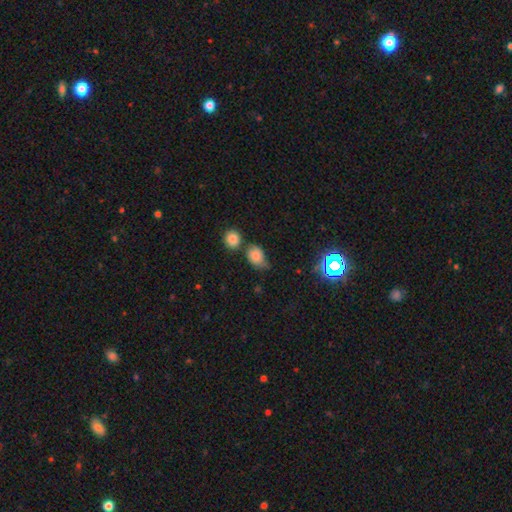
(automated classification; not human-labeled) This is likely a smooth galaxy (76%). How rounded: possibly in between (56%). Merging: marginally none (45%).